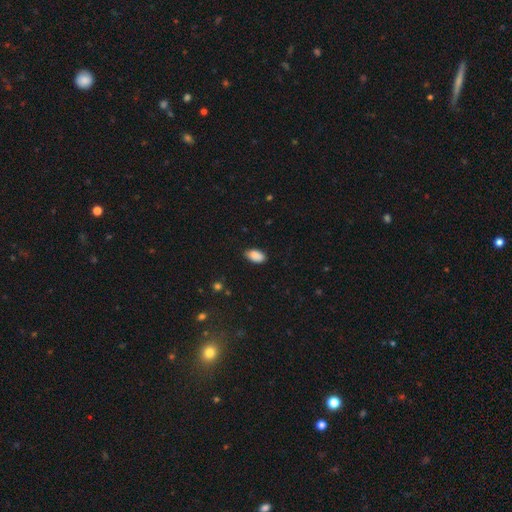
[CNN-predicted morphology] type=smooth (88%); roundness=in between (94%); merging=none (81%).